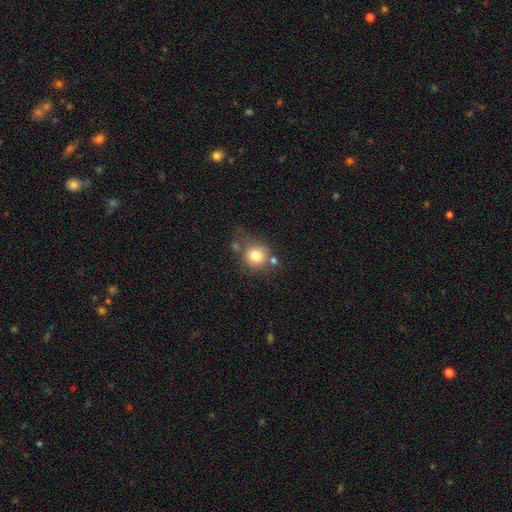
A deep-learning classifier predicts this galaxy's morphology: Smooth or featured? smooth (78%)
How rounded? round (87%)
Merging? none (64%)